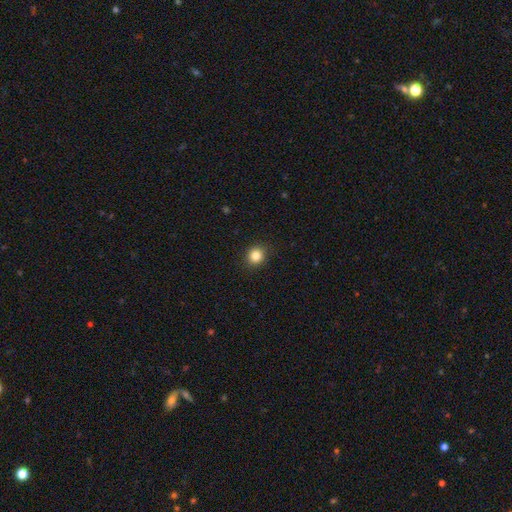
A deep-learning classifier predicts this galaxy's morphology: smooth 84%, star or artifact 11%, featured or disk 5%. Down the decision tree: how rounded — round (84%); merging — none (90%).